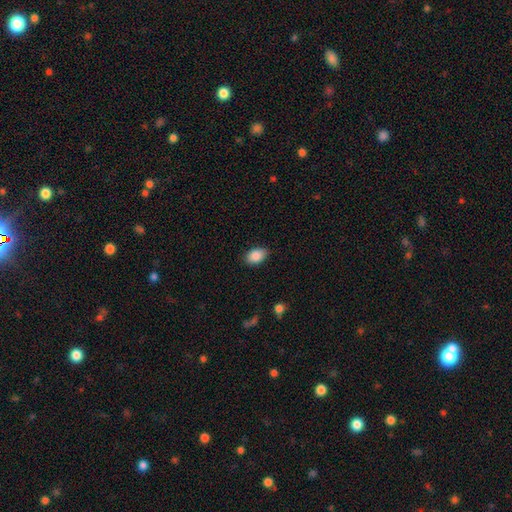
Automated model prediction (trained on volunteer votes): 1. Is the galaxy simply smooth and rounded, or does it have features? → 88% smooth, 7% star or artifact, 4% featured or disk.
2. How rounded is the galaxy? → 86% in between, 13% round, 1% cigar-shaped.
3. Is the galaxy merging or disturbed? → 85% none, 12% minor disturbance, 3% major disturbance, 1% merger.